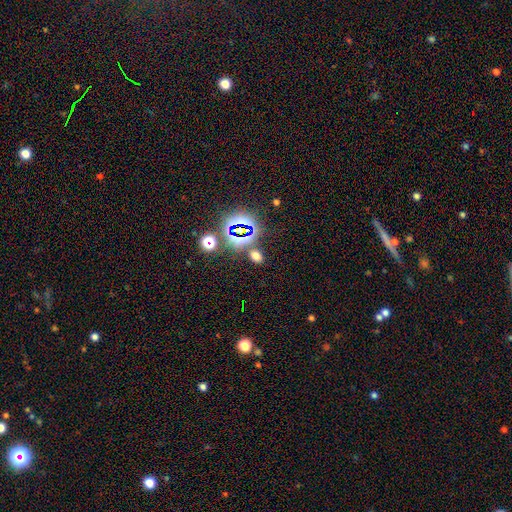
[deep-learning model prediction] Smooth or featured: smooth — 55% (star or artifact — 38%)
How rounded: in between — 69% (round — 28%)
Merging: none — 79% (minor disturbance — 9%)